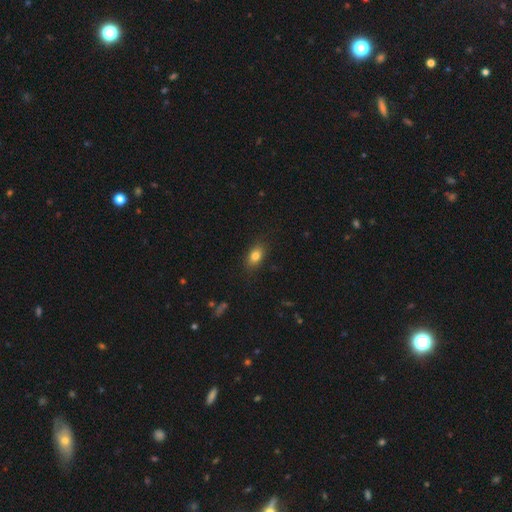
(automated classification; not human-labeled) This is clearly a smooth galaxy (81%). How rounded: clearly in between (83%). Merging: clearly none (84%).